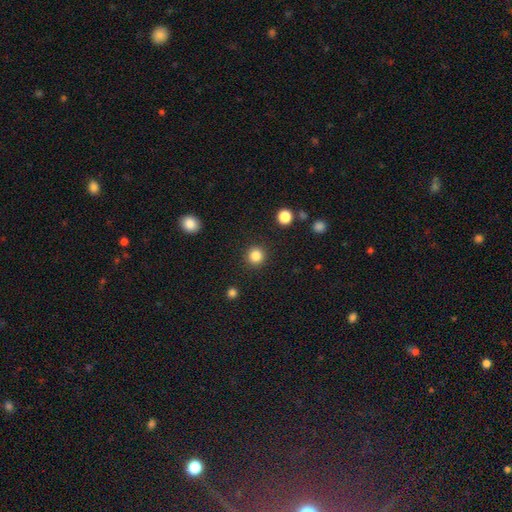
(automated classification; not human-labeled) Smooth or featured? smooth (85%)
How rounded? round (94%)
Merging? none (91%)